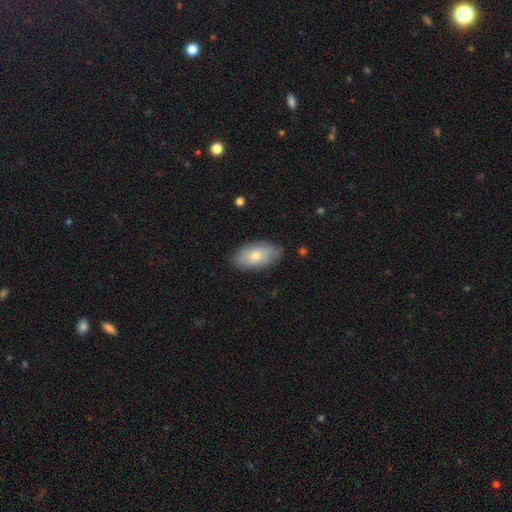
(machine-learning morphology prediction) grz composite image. It shows a smooth galaxy with no disk features (71%) that is in between round and cigar-shaped (93%). Merging: none (83%).